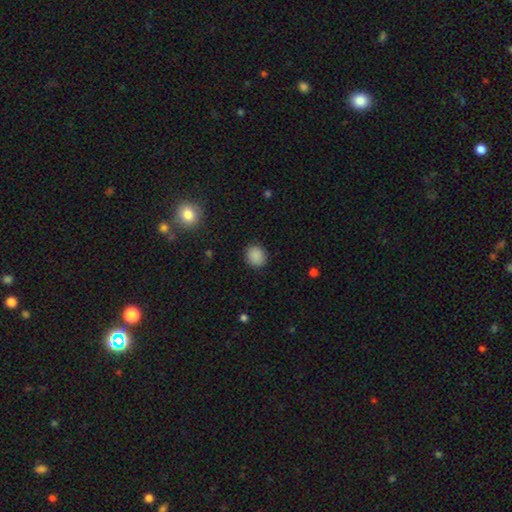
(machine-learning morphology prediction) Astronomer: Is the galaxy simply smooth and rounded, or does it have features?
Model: smooth — 88%.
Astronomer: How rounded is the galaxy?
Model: round — 77%.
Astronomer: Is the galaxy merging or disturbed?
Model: none — 90%.